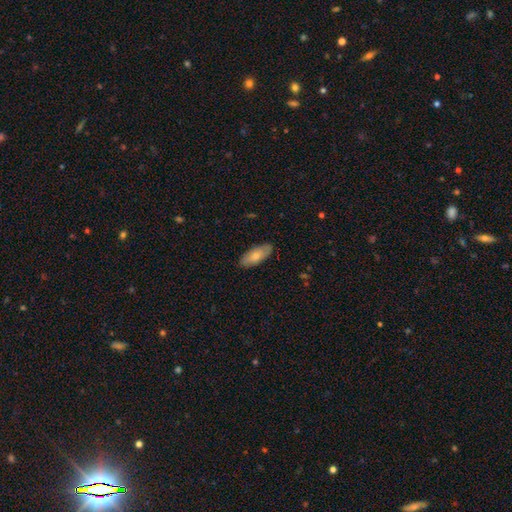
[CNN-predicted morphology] The model was most divided on "smooth or featured": smooth: 75%, featured or disk: 19%, star or artifact: 6%. More confident: merging — none (86%); how rounded — in between (83%).